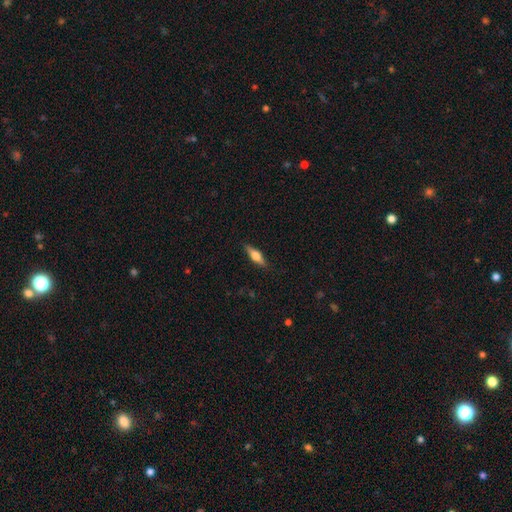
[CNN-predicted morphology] smooth_or_featured: featured or disk (p=0.53) [alt: smooth p=0.41]
disk_edge_on: yes (p=0.95) [alt: no p=0.05]
edge_on_bulge: rounded (p=0.92) [alt: boxy p=0.06]
merging: none (p=0.87) [alt: minor disturbance p=0.09]